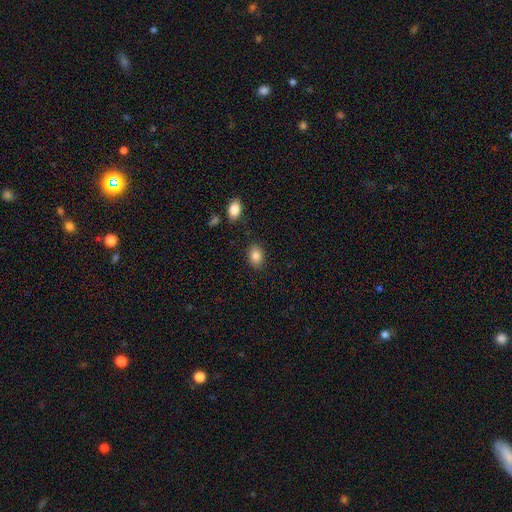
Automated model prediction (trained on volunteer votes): Q: Smooth or featured?
A: smooth (85%); runner-up: star or artifact (8%)
Q: How rounded?
A: in between (76%); runner-up: round (23%)
Q: Merging?
A: none (85%); runner-up: minor disturbance (10%)